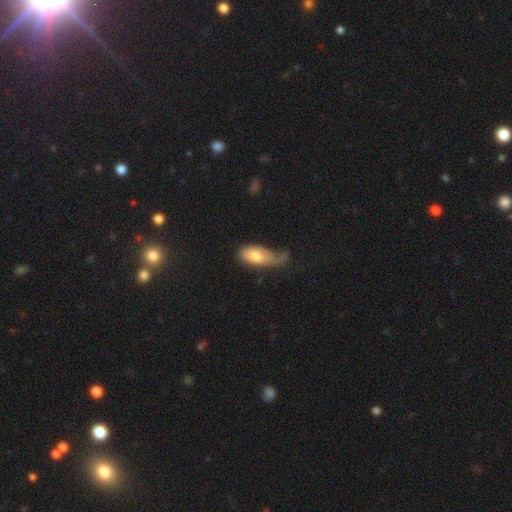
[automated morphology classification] smooth-or-featured: smooth: 66% | featured or disk: 27% | star or artifact: 6%
  how-rounded: in between: 88% | cigar-shaped: 8% | round: 4%
  merging: major disturbance: 41% | minor disturbance: 31% | none: 22% | merger: 6%